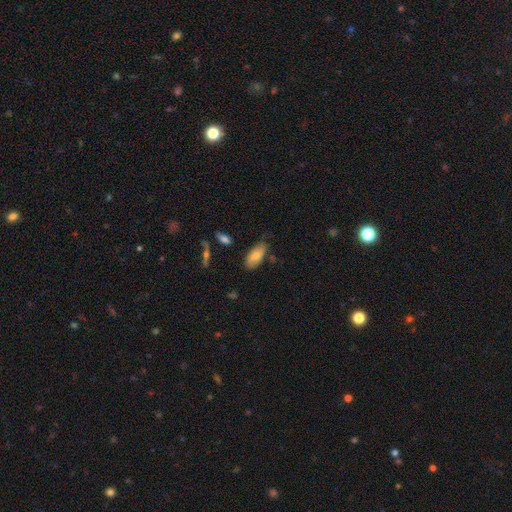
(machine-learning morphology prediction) A smooth galaxy with no disk features (76%) that is in between round and cigar-shaped (89%). Merging: none (70%).